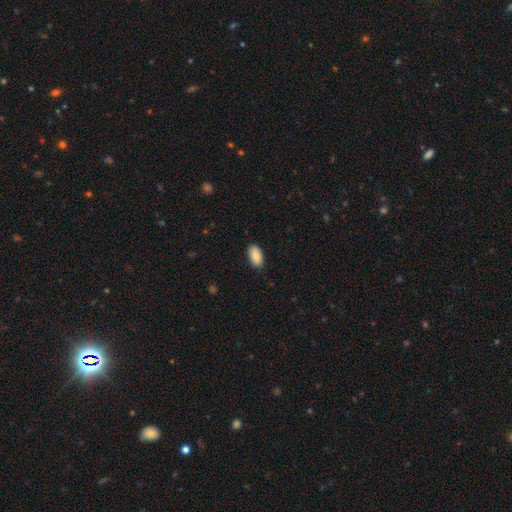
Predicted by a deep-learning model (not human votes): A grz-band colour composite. It shows a smooth galaxy with no disk features (88%) that is in between round and cigar-shaped (95%). Merging: none (86%).